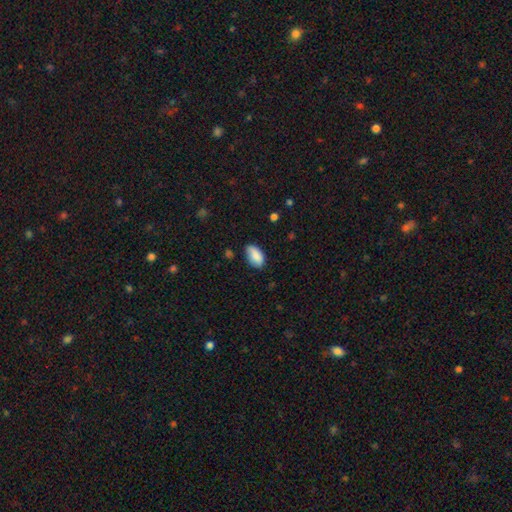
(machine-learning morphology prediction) smooth-or-featured: smooth: 86% | featured or disk: 8% | star or artifact: 7%
  how-rounded: in between: 94% | round: 4% | cigar-shaped: 2%
  merging: none: 73% | minor disturbance: 22% | major disturbance: 4% | merger: 2%